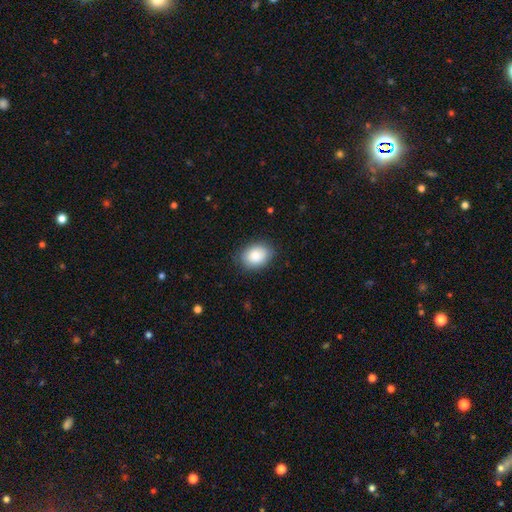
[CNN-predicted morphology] smooth_or_featured: smooth (p=0.85) [alt: featured or disk p=0.08]
how_rounded: in between (p=0.70) [alt: round p=0.29]
merging: none (p=0.84) [alt: minor disturbance p=0.12]